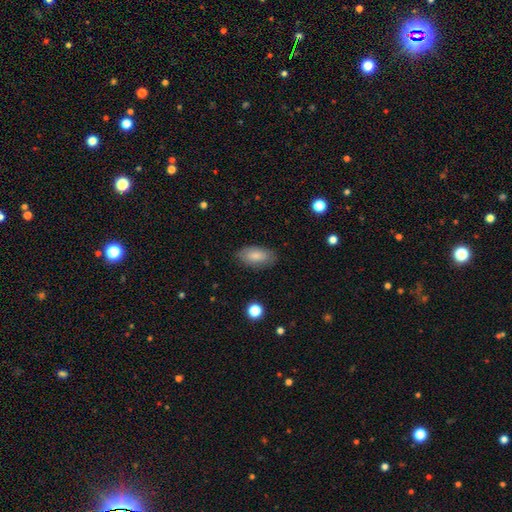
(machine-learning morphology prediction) Overall: smooth (82%). How rounded: in between (92%). Merging: none (84%).